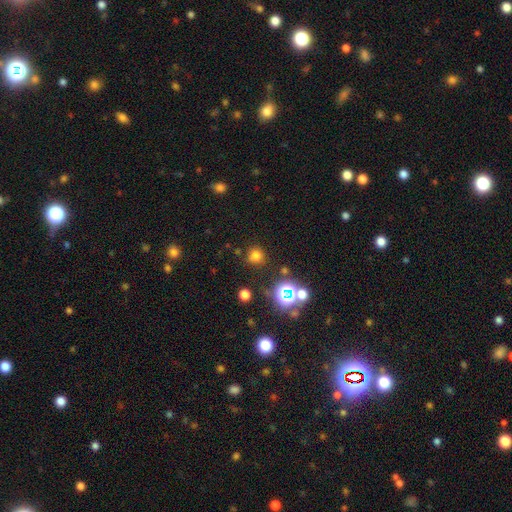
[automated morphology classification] Q: Smooth or featured?
A: smooth (69%); runner-up: star or artifact (25%)
Q: How rounded?
A: round (88%); runner-up: in between (11%)
Q: Merging?
A: none (82%); runner-up: minor disturbance (10%)